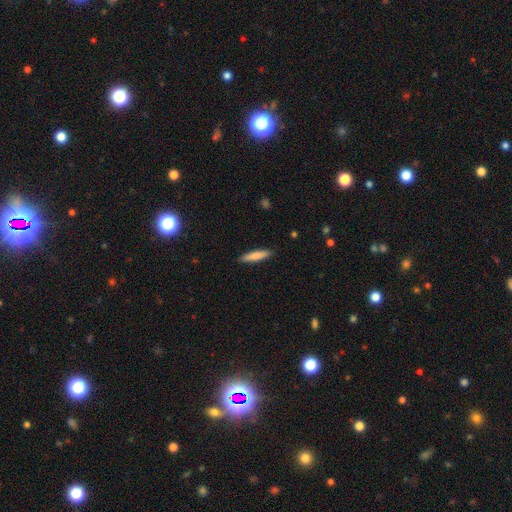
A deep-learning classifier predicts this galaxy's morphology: Smooth or featured? smooth (79%)
How rounded? cigar-shaped (85%)
Merging? none (90%)